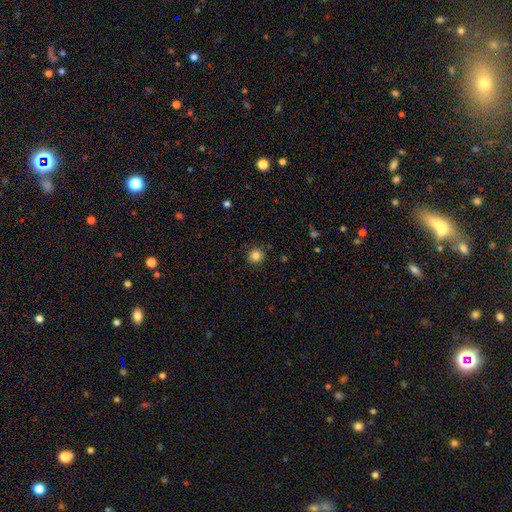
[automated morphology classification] This appears to be a smooth galaxy with no disk features (83%) that is round (94%). Merging: none (91%).